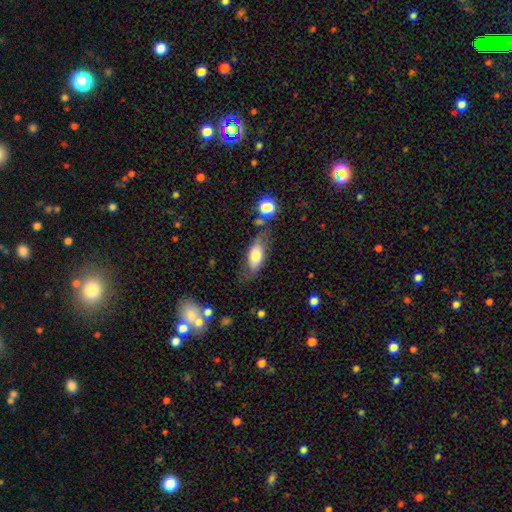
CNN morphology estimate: Overall: smooth (71%). How rounded: in between (80%). Merging: none (62%; minor disturbance 23%).